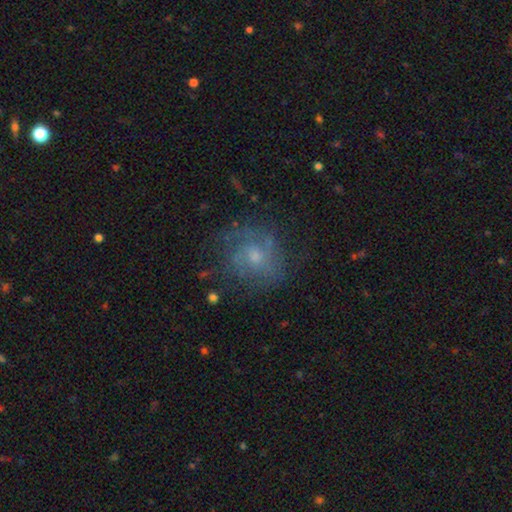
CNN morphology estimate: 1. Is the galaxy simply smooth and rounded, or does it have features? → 56% featured or disk, 33% smooth, 11% star or artifact.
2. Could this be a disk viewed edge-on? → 97% no, 3% yes.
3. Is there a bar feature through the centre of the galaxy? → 76% no, 21% weak, 3% strong.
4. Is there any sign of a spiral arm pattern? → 71% yes, 29% no.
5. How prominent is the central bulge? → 47% moderate, 44% small, 5% none, 3% large, 1% dominant.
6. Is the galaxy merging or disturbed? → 64% none, 21% minor disturbance, 14% major disturbance, 2% merger.